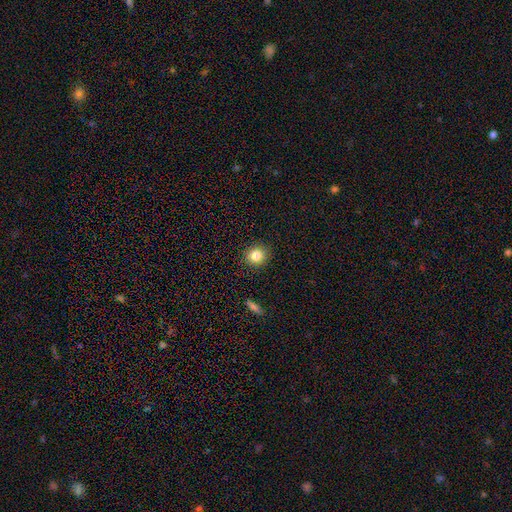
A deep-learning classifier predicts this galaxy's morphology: Smooth or featured? Predicted: smooth (p=0.84). How rounded? Predicted: round (p=0.80). Merging? Predicted: none (p=0.90).